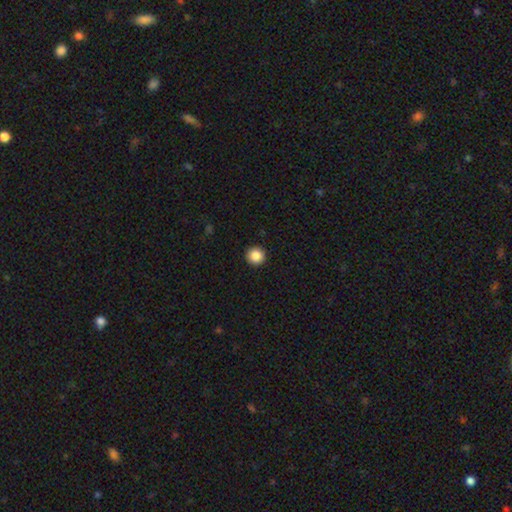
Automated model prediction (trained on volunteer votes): A smooth galaxy with no disk features (87%) that is round (96%). Merging: none (94%).